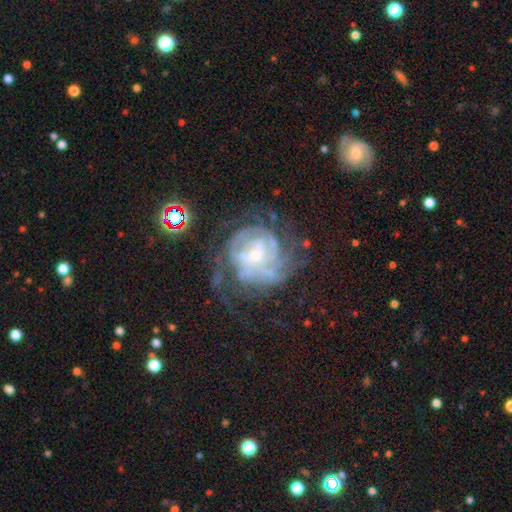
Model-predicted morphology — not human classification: A featured or disk galaxy (83%) with no bar (63%), tight (62%) spiral arms (90%) and a small central bulge (63%).

Vote fractions:
- Smooth or featured? featured or disk: 83% / smooth: 8% / star or artifact: 8%
- Edge-on disk? no: 98% / yes: 2%
- Bar? no: 63% / weak: 30% / strong: 7%
- Spiral arms? yes: 90% / no: 10%
- Spiral winding? tight: 62% / medium: 29% / loose: 9%
- Spiral arm count? can't tell: 44% / 2: 15% / 3: 15% / 4: 13% / more than 4: 7% / 1: 6%
- Bulge size? small: 63% / moderate: 29% / none: 4% / large: 3% / dominant: 1%
- Merging? none: 54% / major disturbance: 23% / minor disturbance: 20% / merger: 3%